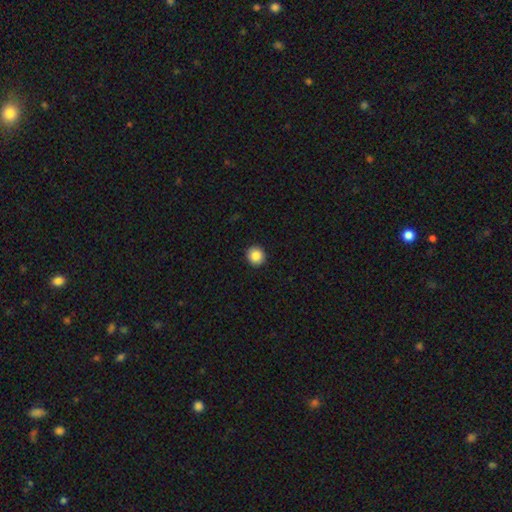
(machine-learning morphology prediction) Smooth or featured?
  - smooth: 86% *
  - star or artifact: 9%
  - featured or disk: 5%
How rounded?
  - round: 92% *
  - in between: 7%
  - cigar-shaped: 1%
Merging?
  - none: 93% *
  - minor disturbance: 5%
  - major disturbance: 1%
  - merger: 1%